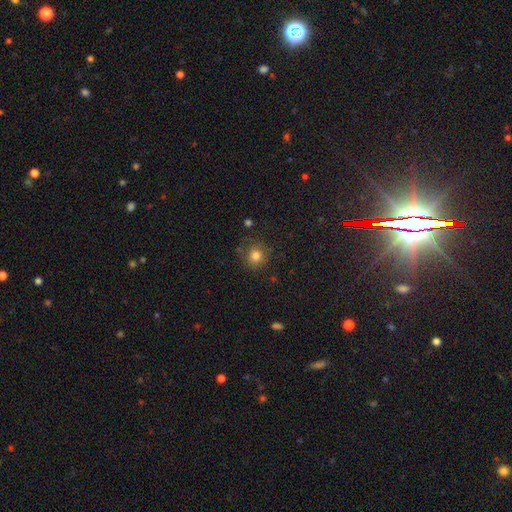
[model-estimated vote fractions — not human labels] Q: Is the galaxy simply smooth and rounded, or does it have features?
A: smooth — 80%.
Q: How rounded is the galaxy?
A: round — 89%.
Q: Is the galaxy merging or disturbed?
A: none — 80%.